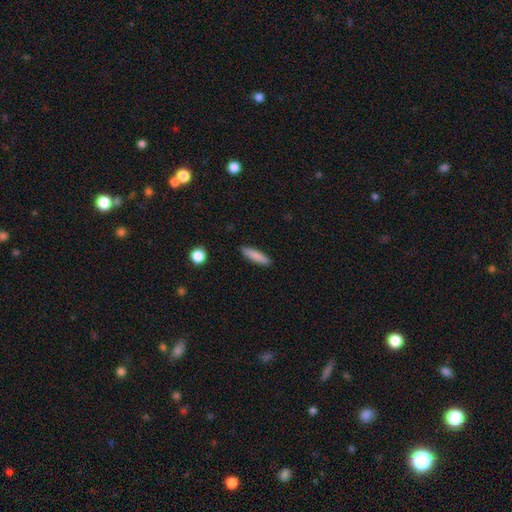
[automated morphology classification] type=smooth (84%); roundness=cigar-shaped (78%); merging=none (89%).